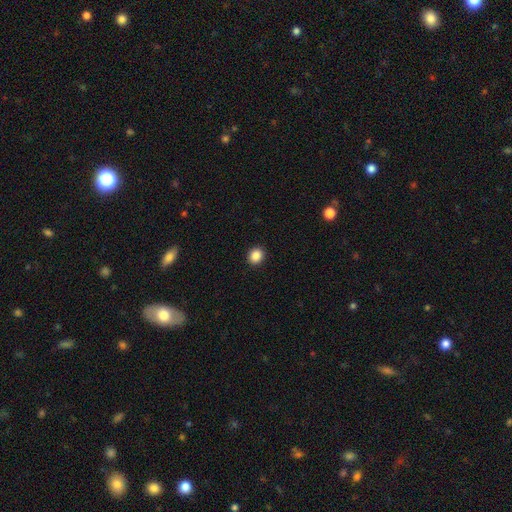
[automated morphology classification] Overall: smooth (87%). How rounded: round (78%). Merging: none (93%).